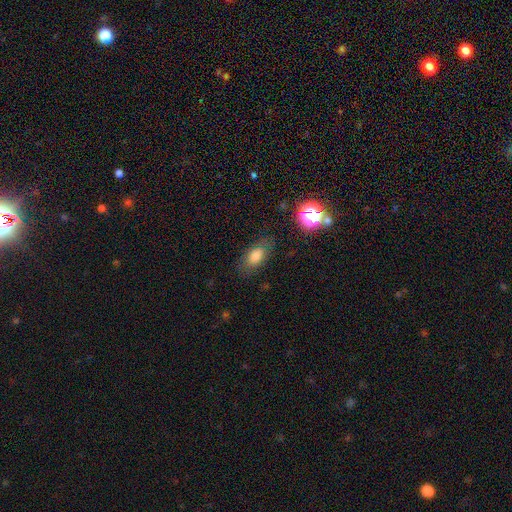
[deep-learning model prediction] Smooth or featured? Predicted: smooth (p=0.77). How rounded? Predicted: in between (p=0.87). Merging? Predicted: none (p=0.78).